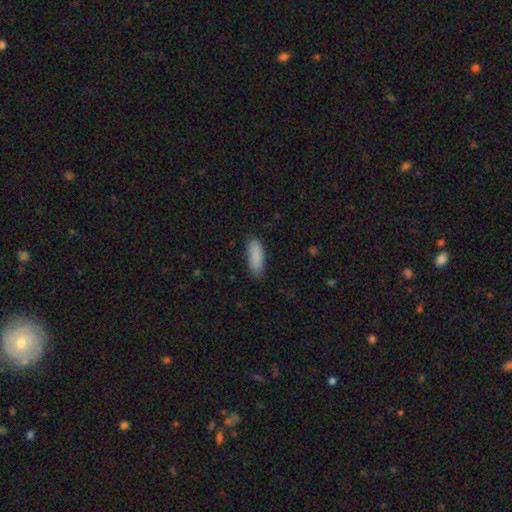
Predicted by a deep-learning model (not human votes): Smooth or featured? Predicted: smooth (p=0.89). How rounded? Predicted: in between (p=0.68). Merging? Predicted: none (p=0.81).